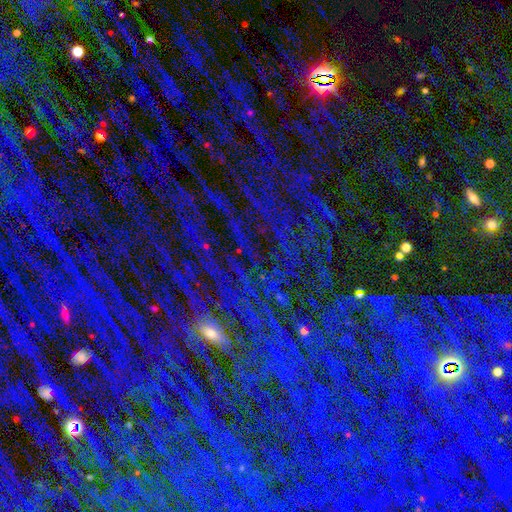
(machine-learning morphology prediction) The model was most divided on "smooth or featured": star or artifact: 80%, smooth: 12%, featured or disk: 9%.